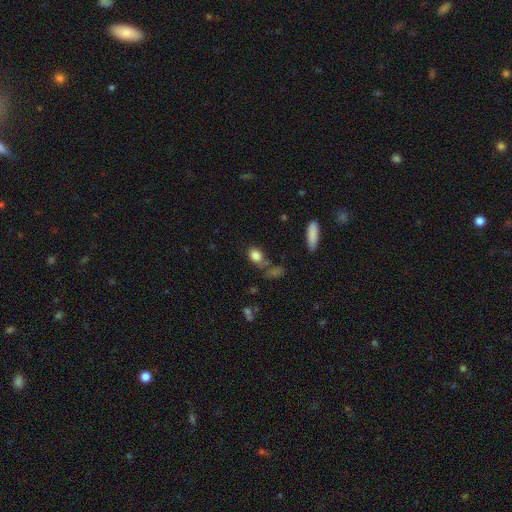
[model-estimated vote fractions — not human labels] This appears to be a smooth galaxy with no disk features (84%) that is in between round and cigar-shaped (72%). Merging: none (61%).